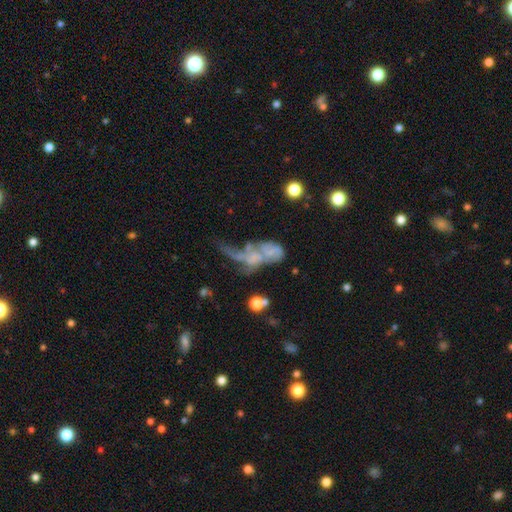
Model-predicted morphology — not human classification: Smooth or featured?
  - featured or disk: 51% *
  - smooth: 29%
  - star or artifact: 20%
Edge-on disk?
  - no: 89% *
  - yes: 11%
Merging?
  - major disturbance: 39% *
  - merger: 34%
  - none: 16%
  - minor disturbance: 11%